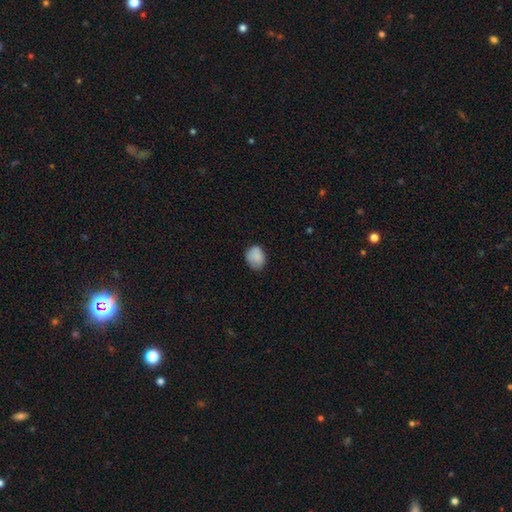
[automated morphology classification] Smooth or featured?
  - smooth: 86% *
  - star or artifact: 8%
  - featured or disk: 6%
How rounded?
  - round: 53% *
  - in between: 46%
  - cigar-shaped: 1%
Merging?
  - none: 70% *
  - minor disturbance: 24%
  - major disturbance: 4%
  - merger: 1%